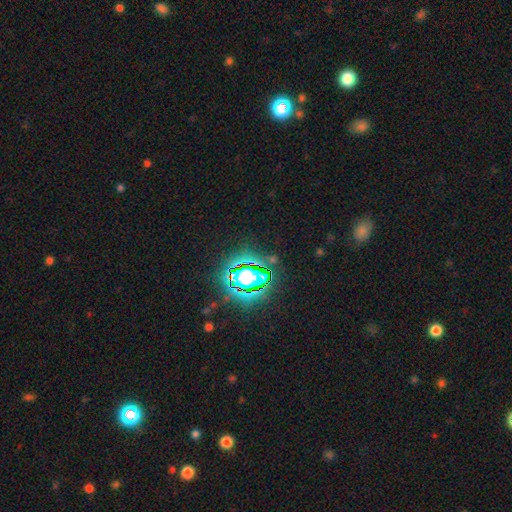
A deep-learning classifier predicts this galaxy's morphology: Overall: star or artifact (82%).